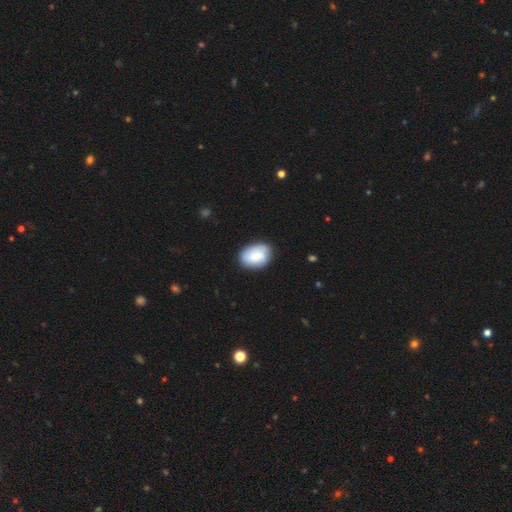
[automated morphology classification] Overall: smooth (79%). How rounded: in between (80%). Merging: none (80%).